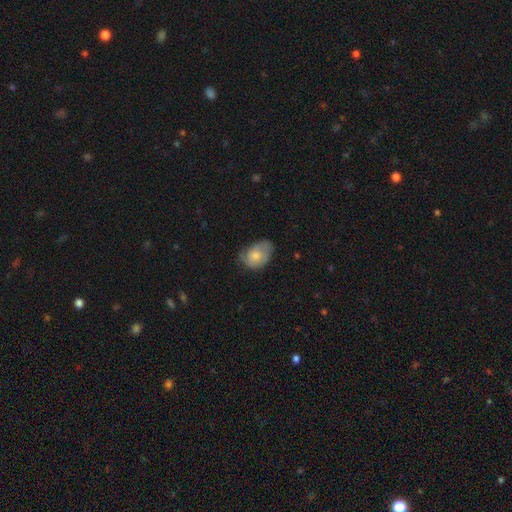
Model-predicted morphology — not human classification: Overall: smooth (67%). How rounded: in between (78%). Merging: none (49%; minor disturbance 36%).